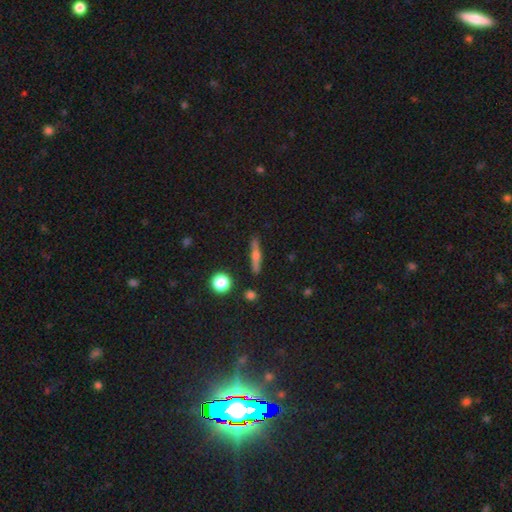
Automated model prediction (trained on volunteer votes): smooth-or-featured: featured or disk: 54% | smooth: 37% | star or artifact: 10%
  disk-edge-on: yes: 95% | no: 5%
    edge-on-bulge: rounded: 85% | none: 10% | boxy: 5%
  merging: none: 88% | minor disturbance: 8% | merger: 2% | major disturbance: 2%